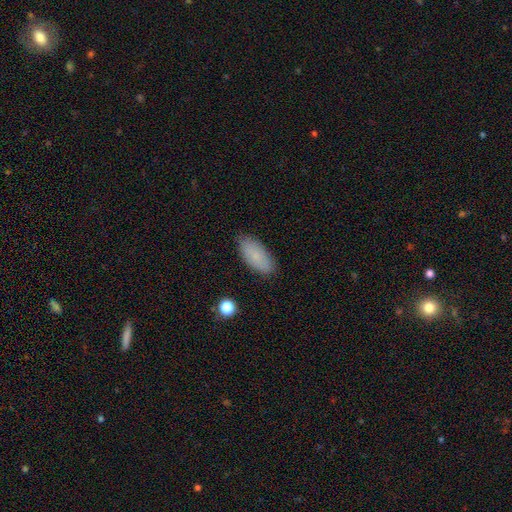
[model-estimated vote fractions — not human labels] The model was most divided on "smooth or featured": smooth: 82%, featured or disk: 11%, star or artifact: 7%. More confident: how rounded — in between (90%); merging — none (85%).